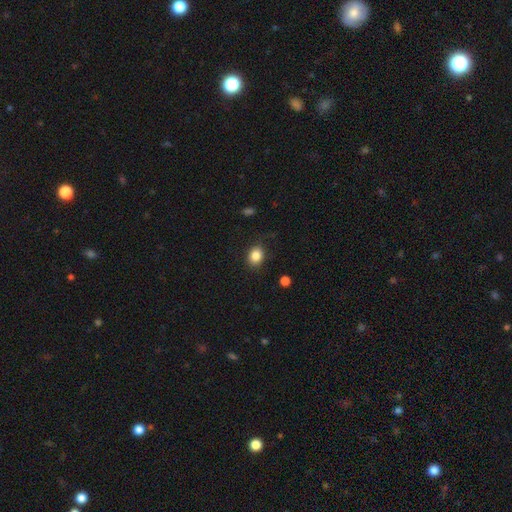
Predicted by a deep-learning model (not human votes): Smooth or featured? Predicted: smooth (p=0.85). How rounded? Predicted: round (p=0.53). Merging? Predicted: none (p=0.84).